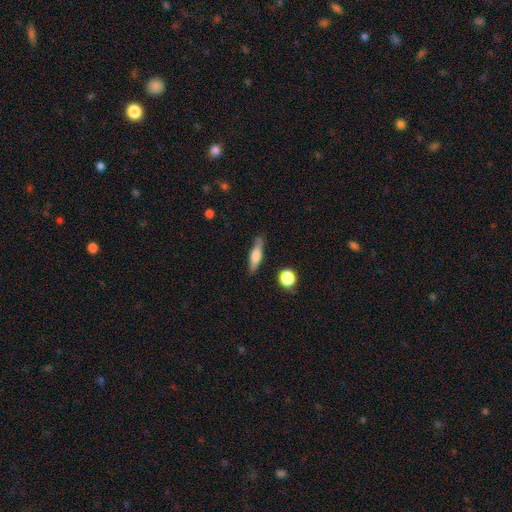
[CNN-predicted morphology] Smooth or featured?
  - smooth: 59% *
  - featured or disk: 33%
  - star or artifact: 7%
How rounded?
  - cigar-shaped: 70% *
  - in between: 27%
  - round: 3%
Merging?
  - none: 83% *
  - minor disturbance: 12%
  - major disturbance: 3%
  - merger: 2%